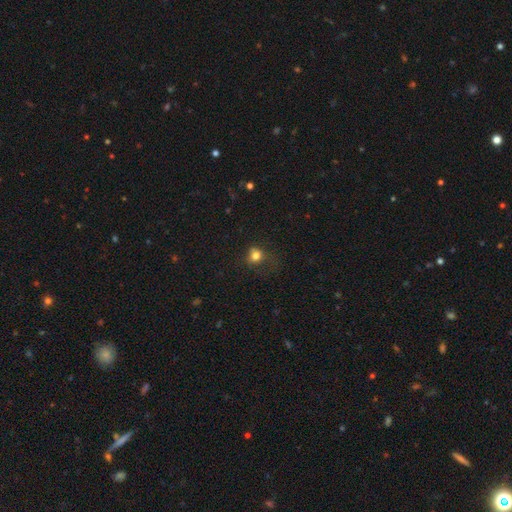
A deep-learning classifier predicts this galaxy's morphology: A smooth galaxy with no disk features (76%) that is round (69%). Merging: none (47%).